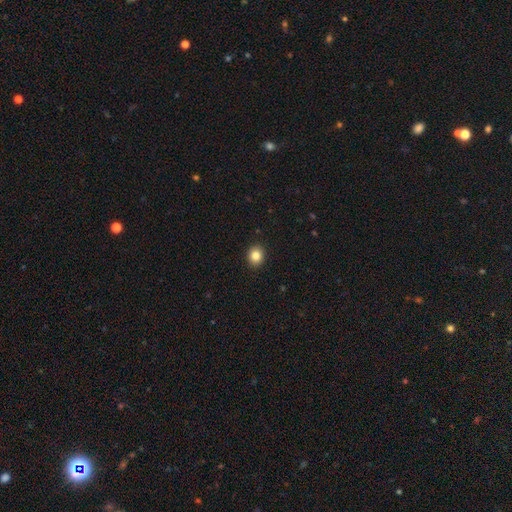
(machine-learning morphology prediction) The model was most divided on "how rounded": round: 67%, in between: 32%, cigar-shaped: 1%. More confident: merging — none (91%); smooth or featured — smooth (84%).